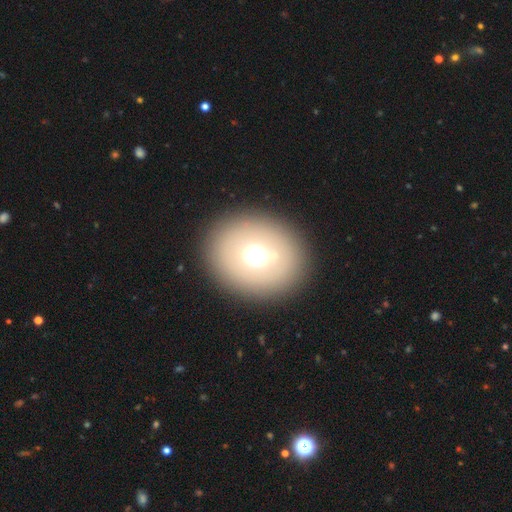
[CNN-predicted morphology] Overall: smooth (61%; featured or disk 26%). How rounded: round (61%; in between 37%). Merging: none (86%).